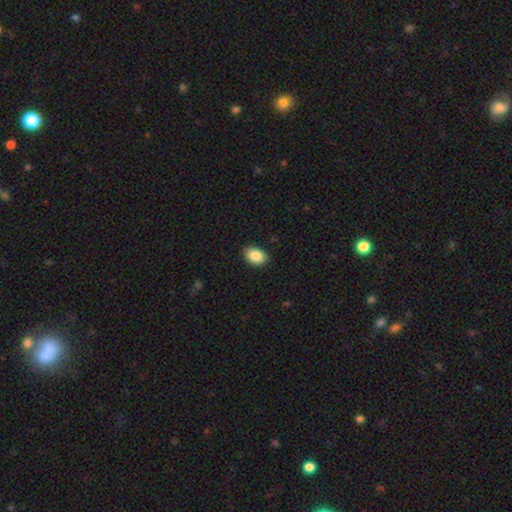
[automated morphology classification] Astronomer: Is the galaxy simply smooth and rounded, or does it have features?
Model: smooth — 88%.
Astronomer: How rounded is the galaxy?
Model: in between — 81%.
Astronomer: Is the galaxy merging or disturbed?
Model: none — 90%.